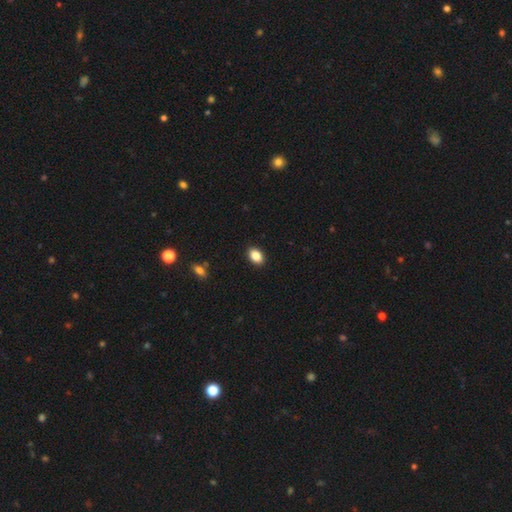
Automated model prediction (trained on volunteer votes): A smooth galaxy with no disk features (87%) that is in between round and cigar-shaped (85%).

Vote fractions:
- Smooth or featured? smooth: 87% / star or artifact: 8% / featured or disk: 5%
- How rounded? in between: 85% / round: 14% / cigar-shaped: 1%
- Merging? none: 90% / minor disturbance: 7% / major disturbance: 2% / merger: 1%